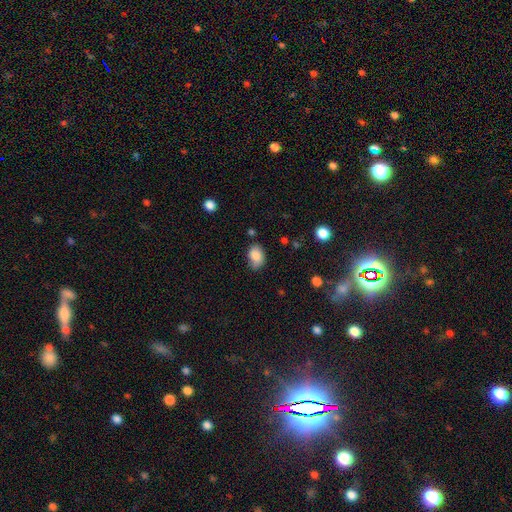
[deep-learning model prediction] smooth_or_featured: smooth (p=0.85) [alt: star or artifact p=0.08]
how_rounded: in between (p=0.81) [alt: round p=0.18]
merging: none (p=0.63) [alt: minor disturbance p=0.28]